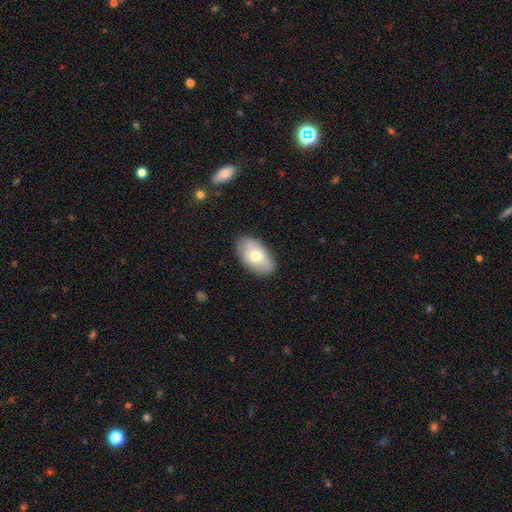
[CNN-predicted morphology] smooth-or-featured: smooth: 69% | featured or disk: 25% | star or artifact: 7%
  how-rounded: in between: 93% | round: 5% | cigar-shaped: 2%
  merging: none: 82% | minor disturbance: 14% | major disturbance: 3% | merger: 1%